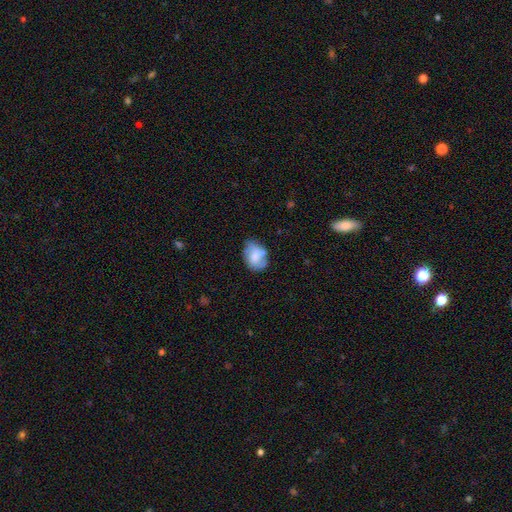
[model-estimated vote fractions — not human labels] This is likely a smooth galaxy (66%). How rounded: likely in between (73%). Merging: possibly none (49%).